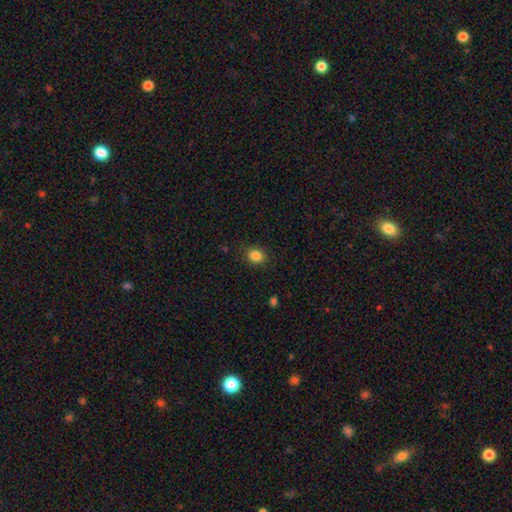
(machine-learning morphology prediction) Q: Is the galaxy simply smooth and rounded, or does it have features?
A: smooth — 85%.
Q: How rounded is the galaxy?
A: round — 65%.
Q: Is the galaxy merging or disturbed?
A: none — 87%.